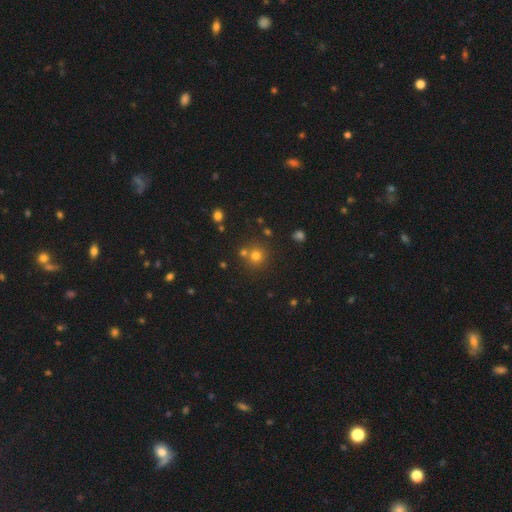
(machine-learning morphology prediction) A smooth galaxy with no disk features (73%) that is round (91%).

Vote fractions:
- Smooth or featured? smooth: 73% / star or artifact: 18% / featured or disk: 8%
- How rounded? round: 91% / in between: 8% / cigar-shaped: 1%
- Merging? none: 70% / merger: 19% / minor disturbance: 8% / major disturbance: 3%